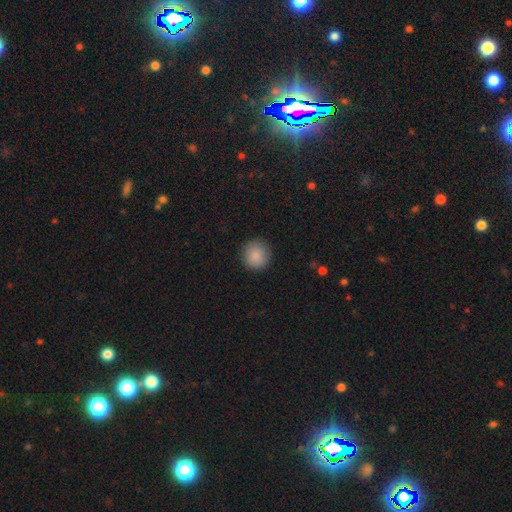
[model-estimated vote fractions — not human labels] smooth 88%, star or artifact 8%, featured or disk 4%. Down the decision tree: how rounded — round (93%); merging — none (90%).